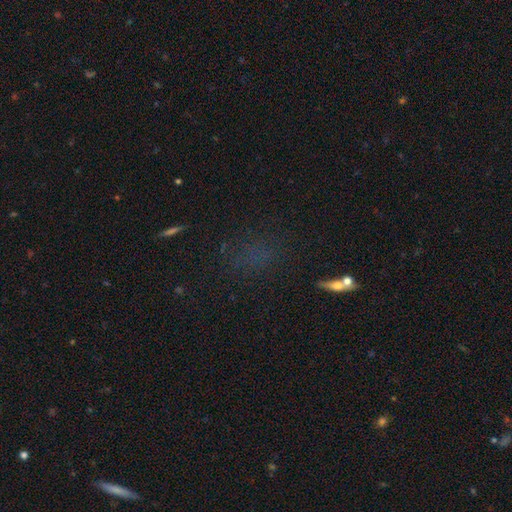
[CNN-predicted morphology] Overall: smooth (45%; star or artifact 42%). Merging: none (68%).